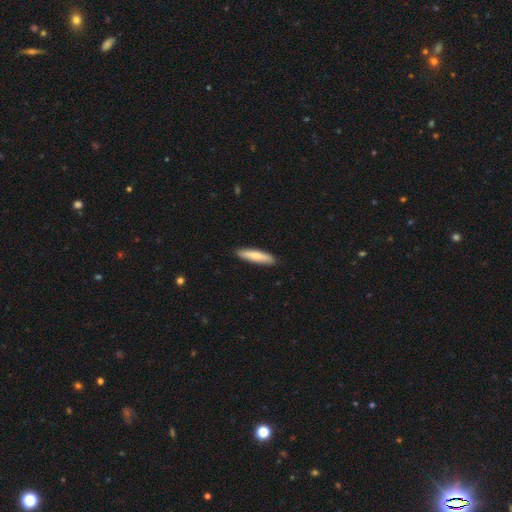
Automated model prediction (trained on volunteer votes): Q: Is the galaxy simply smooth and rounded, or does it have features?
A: smooth — 72%.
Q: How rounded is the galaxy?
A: cigar-shaped — 82%.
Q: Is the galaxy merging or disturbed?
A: none — 89%.